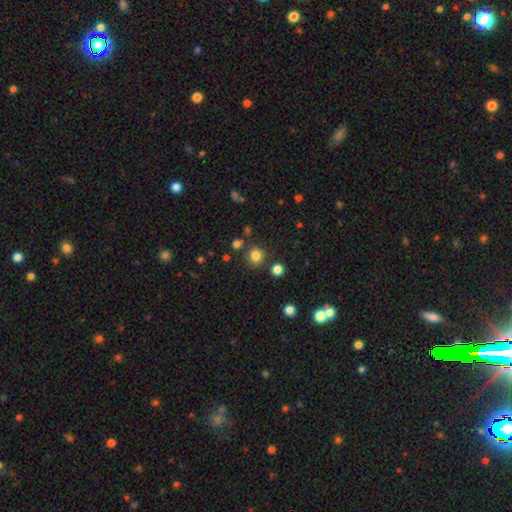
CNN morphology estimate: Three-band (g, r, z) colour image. It shows a smooth galaxy with no disk features (82%) that is round (86%). Merging: none (82%).